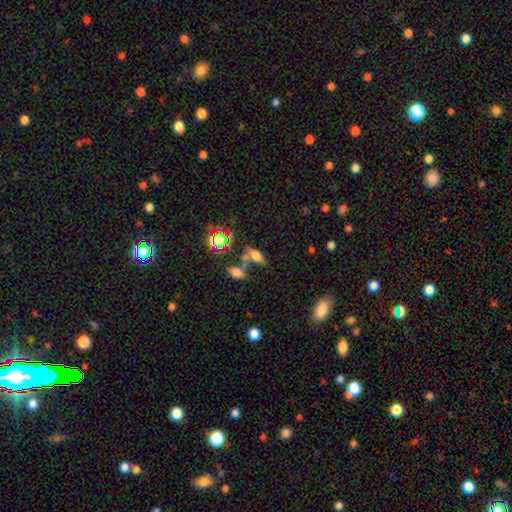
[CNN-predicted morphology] Smooth or featured: smooth — 60% (star or artifact — 20%)
How rounded: in between — 73% (cigar-shaped — 17%)
Merging: none — 44% (merger — 32%)